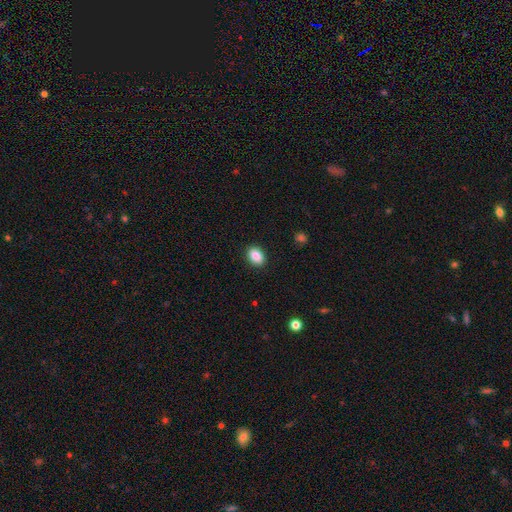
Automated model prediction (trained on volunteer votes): smooth_or_featured: smooth (p=0.87) [alt: star or artifact p=0.08]
how_rounded: in between (p=0.77) [alt: round p=0.22]
merging: none (p=0.90) [alt: minor disturbance p=0.07]